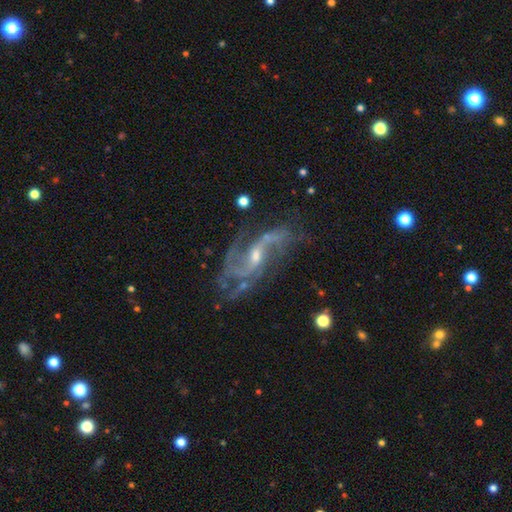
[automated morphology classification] smooth-or-featured: featured or disk: 89% | star or artifact: 7% | smooth: 4%
  disk-edge-on: no: 96% | yes: 4%
    bar: weak: 48% | no: 32% | strong: 19%
    has-spiral-arms: yes: 96% | no: 4%
      spiral-winding: loose: 50% | medium: 39% | tight: 11%
      spiral-arm-count: 2: 66% | 3: 12% | can't tell: 9% | 4: 4% | 1: 4% | more than 4: 4%
    bulge-size: small: 55% | moderate: 40% | none: 3% | large: 2% | dominant: 1%
  merging: none: 59% | minor disturbance: 20% | major disturbance: 17% | merger: 4%